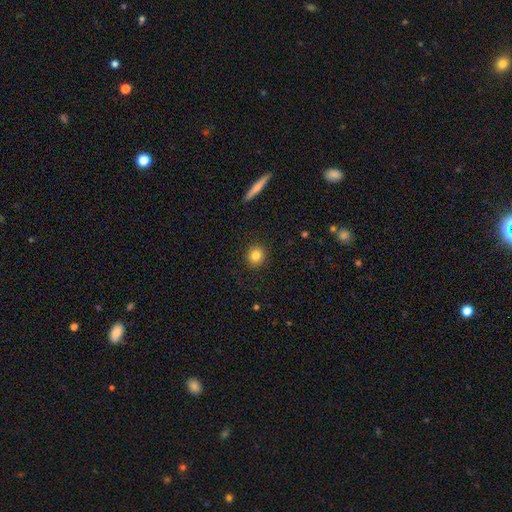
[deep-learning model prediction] This is clearly a smooth galaxy (82%). How rounded: clearly round (86%). Merging: clearly none (91%).